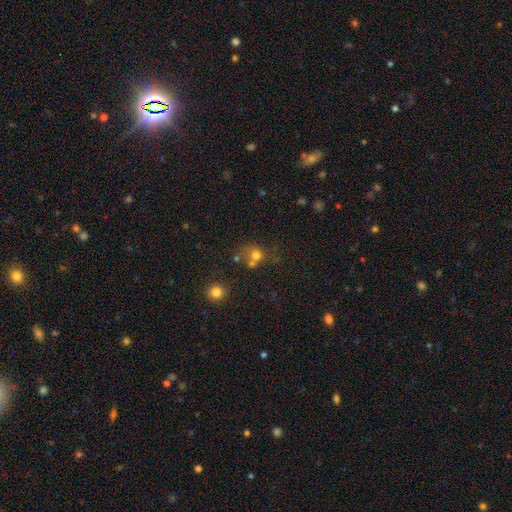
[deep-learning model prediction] Q: Smooth or featured?
A: smooth (70%); runner-up: star or artifact (18%)
Q: How rounded?
A: round (82%); runner-up: in between (18%)
Q: Merging?
A: none (47%); runner-up: merger (37%)